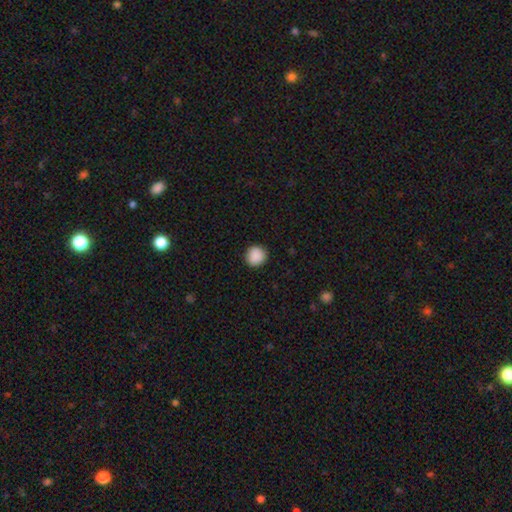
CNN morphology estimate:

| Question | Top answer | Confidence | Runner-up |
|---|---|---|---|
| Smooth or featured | smooth | 90% | star or artifact (8%) |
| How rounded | round | 90% | in between (9%) |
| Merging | none | 91% | minor disturbance (6%) |